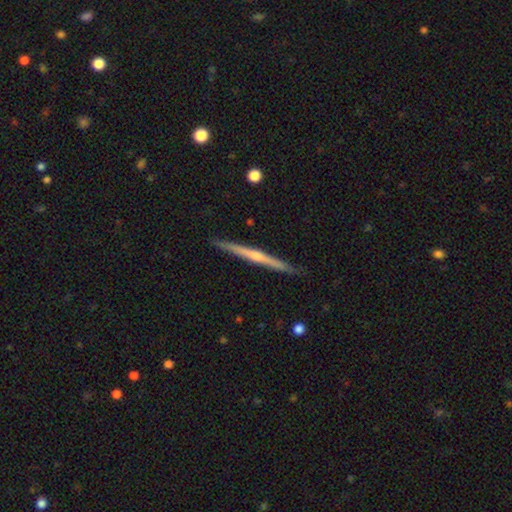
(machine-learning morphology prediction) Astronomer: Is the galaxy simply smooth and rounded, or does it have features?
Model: featured or disk — 76%.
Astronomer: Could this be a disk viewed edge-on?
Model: yes — 98%.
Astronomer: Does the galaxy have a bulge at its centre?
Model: rounded — 69%.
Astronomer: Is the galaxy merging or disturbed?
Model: none — 91%.